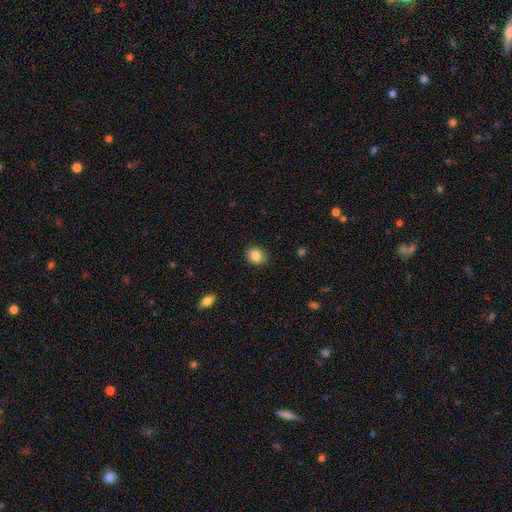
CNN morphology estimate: type=smooth (85%); roundness=round (62%); merging=none (88%).